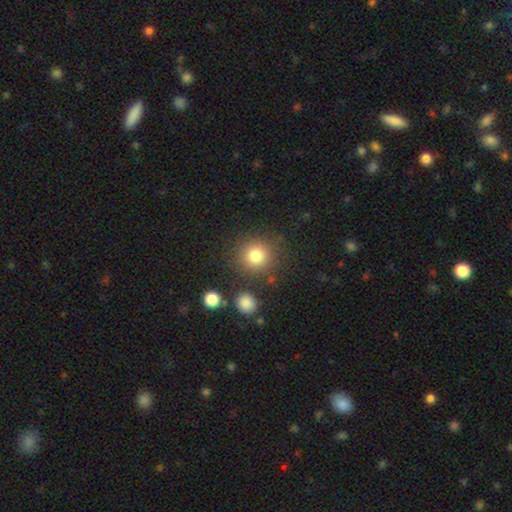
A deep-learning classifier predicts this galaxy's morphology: Q: Smooth or featured?
A: smooth (81%); runner-up: star or artifact (12%)
Q: How rounded?
A: round (91%); runner-up: in between (8%)
Q: Merging?
A: none (83%); runner-up: minor disturbance (8%)